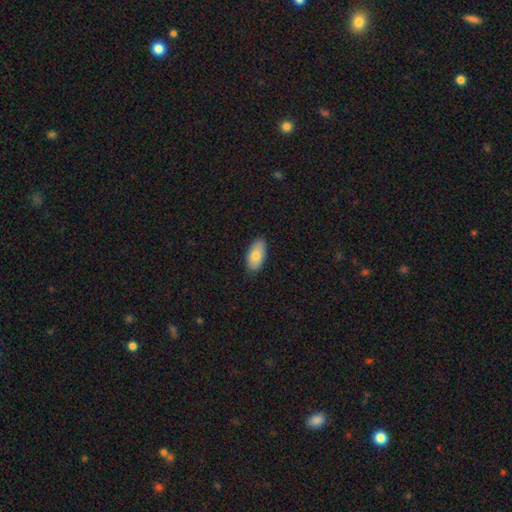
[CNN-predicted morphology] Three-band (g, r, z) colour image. It shows a smooth galaxy with no disk features (81%) that is in between round and cigar-shaped (93%). Merging: none (85%).